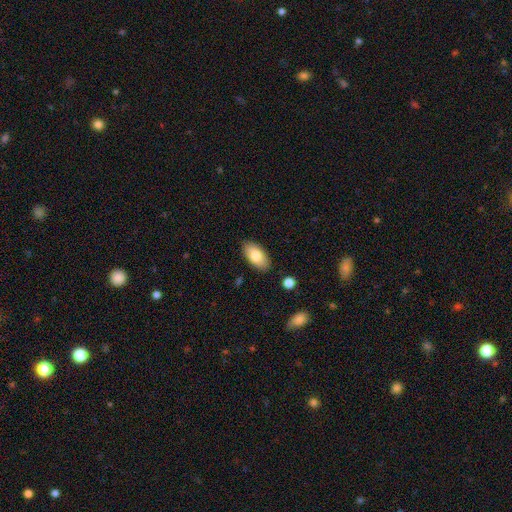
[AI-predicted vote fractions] Smooth or featured? Predicted: smooth (p=0.83). How rounded? Predicted: in between (p=0.94). Merging? Predicted: none (p=0.86).